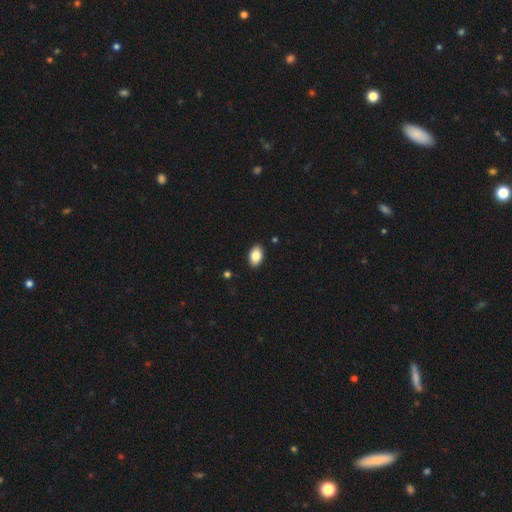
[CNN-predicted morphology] Smooth or featured?
  - smooth: 85% *
  - featured or disk: 8%
  - star or artifact: 8%
How rounded?
  - in between: 91% *
  - round: 8%
  - cigar-shaped: 1%
Merging?
  - none: 90% *
  - minor disturbance: 8%
  - major disturbance: 2%
  - merger: 1%